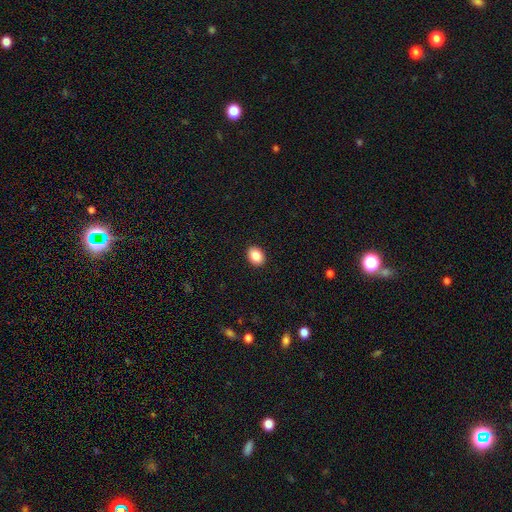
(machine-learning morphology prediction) type=smooth (87%); roundness=in between (65%); merging=none (92%).